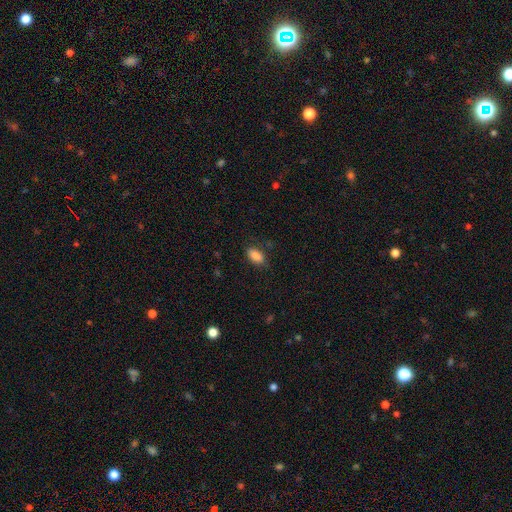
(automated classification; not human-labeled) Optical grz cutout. It shows a smooth galaxy with no disk features (87%) that is in between round and cigar-shaped (91%). Merging: none (81%).